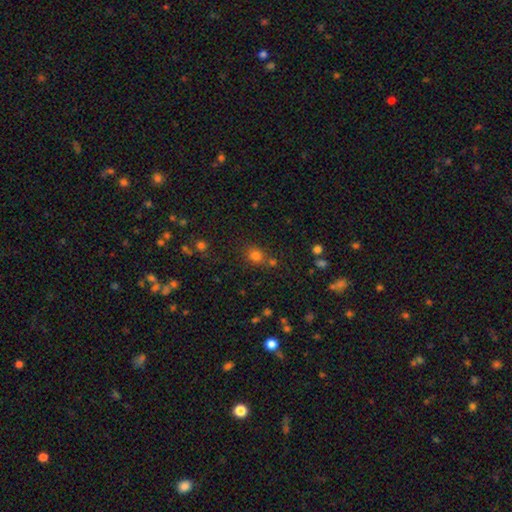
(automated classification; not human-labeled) Q: Smooth or featured?
A: smooth (76%); runner-up: star or artifact (18%)
Q: How rounded?
A: round (76%); runner-up: in between (23%)
Q: Merging?
A: none (68%); runner-up: merger (16%)